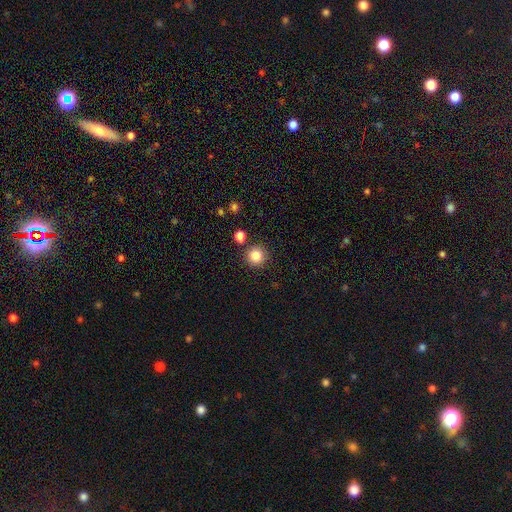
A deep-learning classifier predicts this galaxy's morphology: Smooth or featured? smooth (85%)
How rounded? round (94%)
Merging? none (85%)